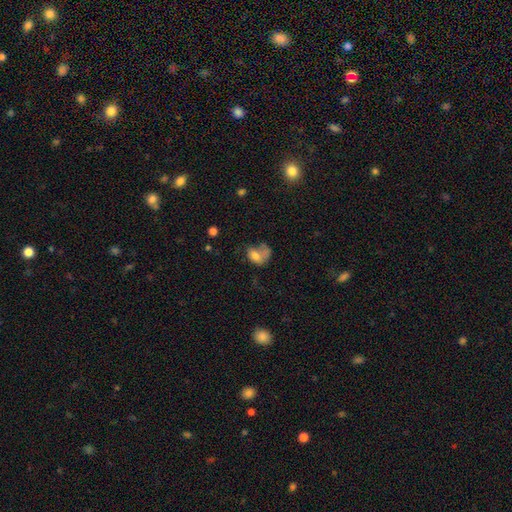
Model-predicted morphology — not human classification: smooth_or_featured: smooth (p=0.65) [alt: featured or disk p=0.24]
how_rounded: in between (p=0.73) [alt: round p=0.25]
merging: major disturbance (p=0.38) [alt: none p=0.23]